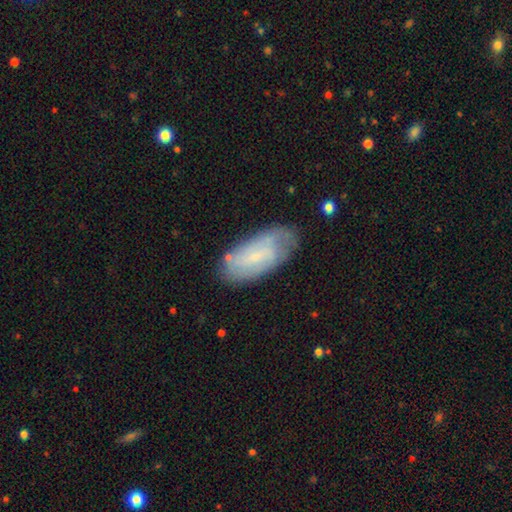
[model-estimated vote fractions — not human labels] The model was most divided on "bar": weak: 50%, no: 36%, strong: 14%. More confident: edge-on disk — no (92%); spiral arms — yes (79%); merging — none (68%); bulge size — small (66%); smooth or featured — featured or disk (55%).